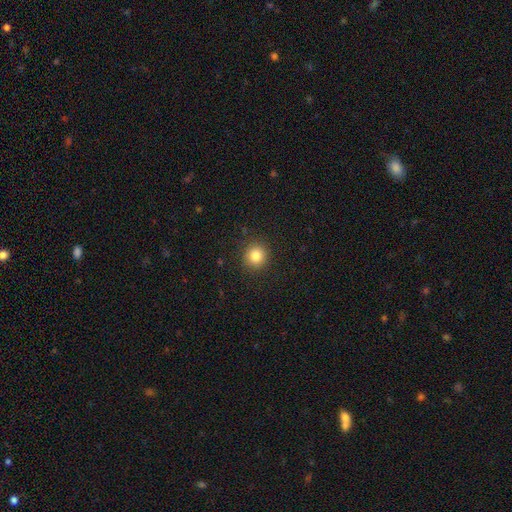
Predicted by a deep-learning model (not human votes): Smooth or featured: smooth — 83% (star or artifact — 11%)
How rounded: round — 92% (in between — 7%)
Merging: none — 91% (minor disturbance — 6%)